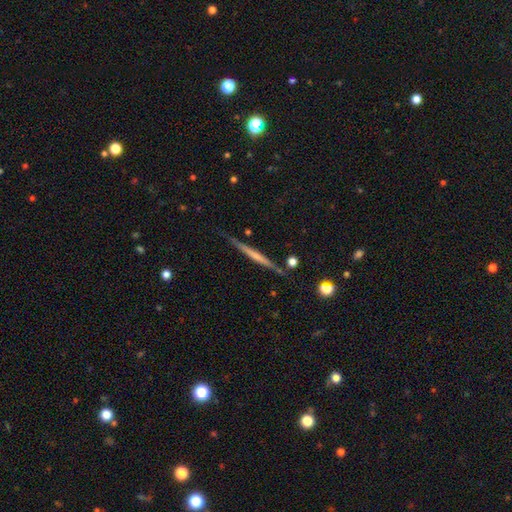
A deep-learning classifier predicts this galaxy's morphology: Smooth or featured? Predicted: featured or disk (p=0.60). Edge-on disk? Predicted: yes (p=0.97). Edge-on bulge? Predicted: none (p=0.70). Merging? Predicted: none (p=0.84).